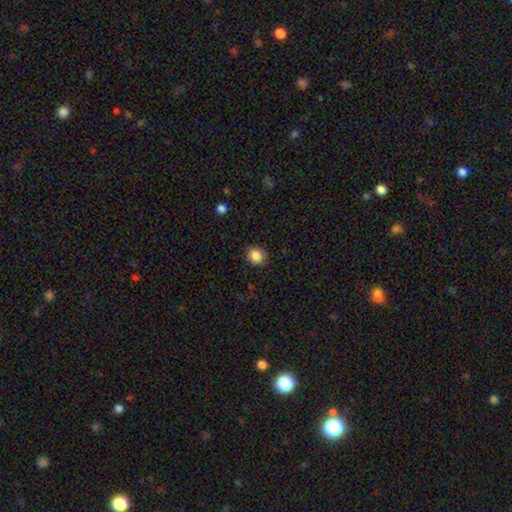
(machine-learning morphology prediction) The model was most divided on "how rounded": round: 81%, in between: 19%, cigar-shaped: 1%. More confident: merging — none (89%); smooth or featured — smooth (87%).